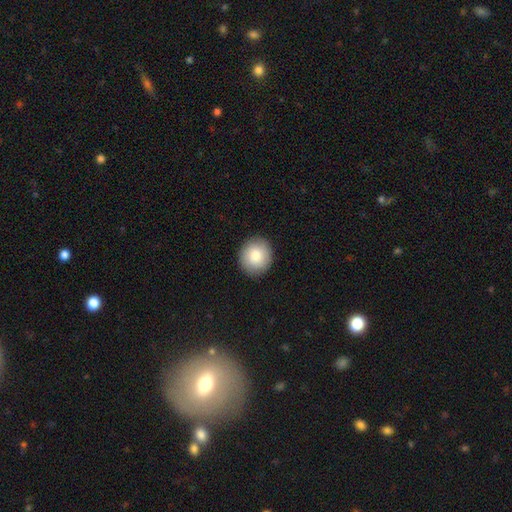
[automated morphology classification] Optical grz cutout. It shows a smooth galaxy with no disk features (84%) that is round (83%). Merging: none (91%).